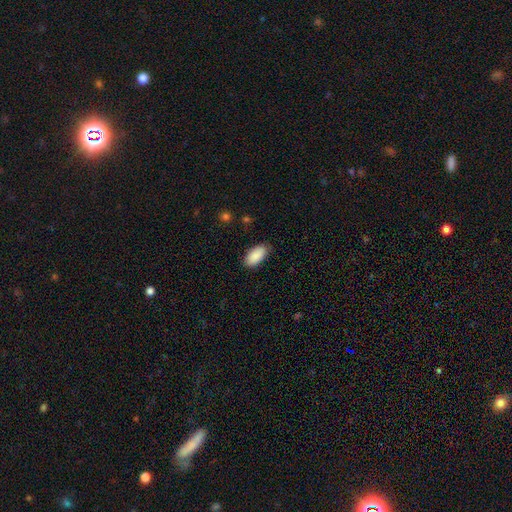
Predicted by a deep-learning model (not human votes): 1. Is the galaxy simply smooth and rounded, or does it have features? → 90% smooth, 6% star or artifact, 4% featured or disk.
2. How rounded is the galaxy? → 94% in between, 4% cigar-shaped, 2% round.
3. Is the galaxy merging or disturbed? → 85% none, 12% minor disturbance, 3% major disturbance, 1% merger.